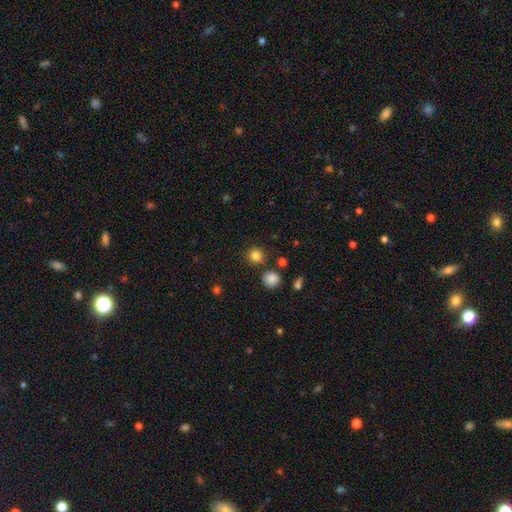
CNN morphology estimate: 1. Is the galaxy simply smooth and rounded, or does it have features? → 83% smooth, 13% star or artifact, 5% featured or disk.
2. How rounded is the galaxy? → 90% round, 9% in between, 1% cigar-shaped.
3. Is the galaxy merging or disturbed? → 83% none, 8% minor disturbance, 7% merger, 3% major disturbance.